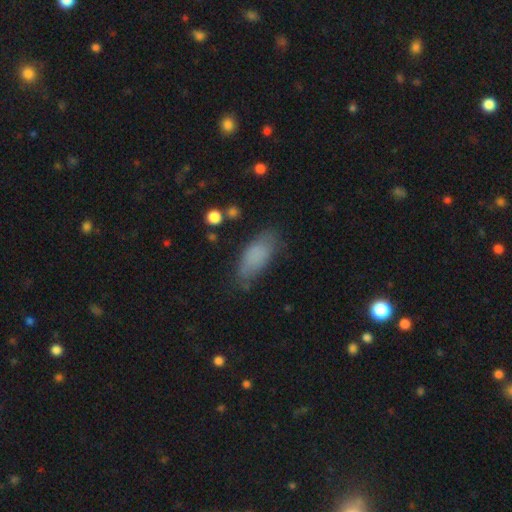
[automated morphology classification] Overall: smooth (82%). How rounded: in between (81%). Merging: none (68%).